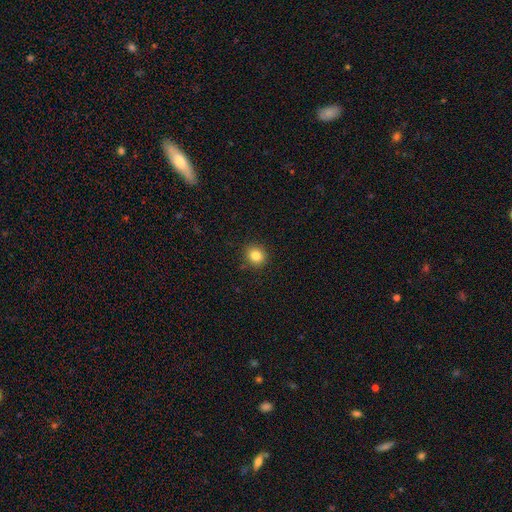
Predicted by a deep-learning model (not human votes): A smooth galaxy with no disk features (83%) that is round (84%).

Vote fractions:
- Smooth or featured? smooth: 83% / star or artifact: 11% / featured or disk: 6%
- How rounded? round: 84% / in between: 15% / cigar-shaped: 1%
- Merging? none: 90% / minor disturbance: 7% / major disturbance: 2% / merger: 1%